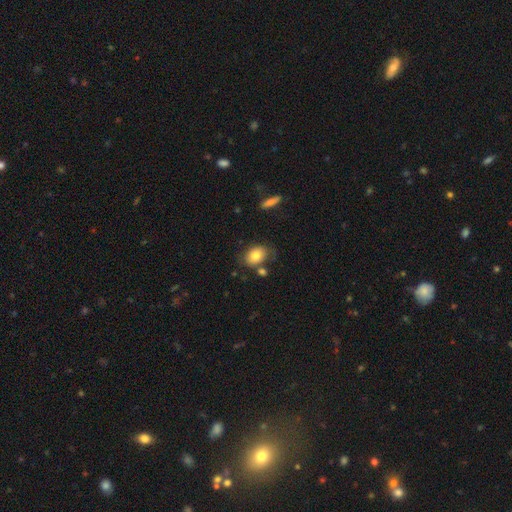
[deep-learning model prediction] Smooth or featured? Predicted: smooth (p=0.79). How rounded? Predicted: in between (p=0.78). Merging? Predicted: none (p=0.66).